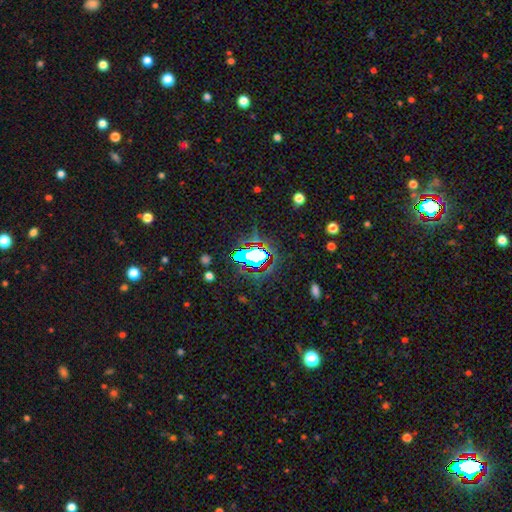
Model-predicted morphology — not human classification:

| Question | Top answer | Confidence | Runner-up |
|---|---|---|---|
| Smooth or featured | star or artifact | 65% | smooth (21%) |